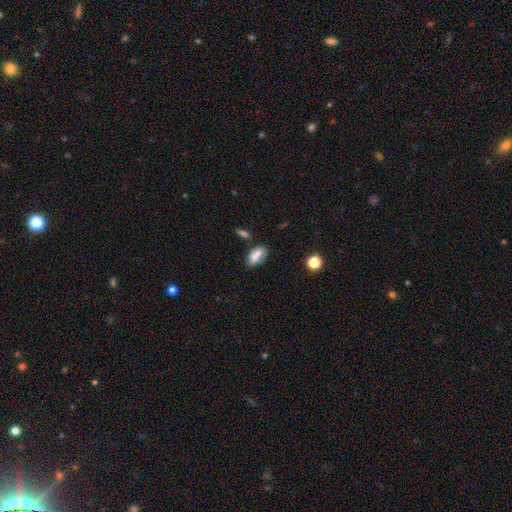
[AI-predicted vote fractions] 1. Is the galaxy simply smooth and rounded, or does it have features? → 67% smooth, 24% featured or disk, 9% star or artifact.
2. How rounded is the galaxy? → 83% in between, 14% round, 3% cigar-shaped.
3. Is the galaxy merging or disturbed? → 44% merger, 38% none, 13% minor disturbance, 5% major disturbance.